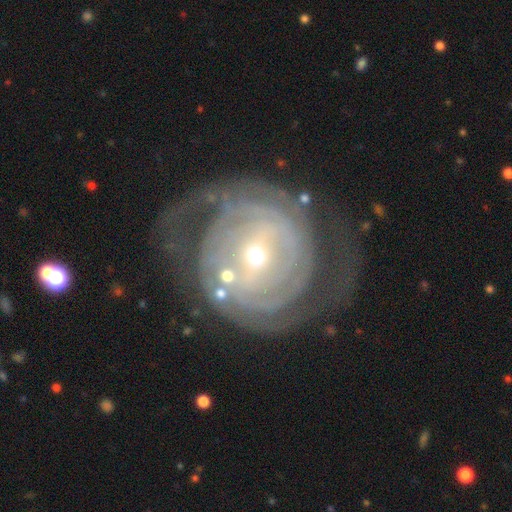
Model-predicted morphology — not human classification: featured or disk 87%, smooth 7%, star or artifact 6%. Down the decision tree: edge-on disk — no (97%); bar — weak (39%); spiral arms — yes (92%); spiral arm count — 2 (36%); spiral winding — tight (72%); bulge size — small (65%); merging — none (66%).